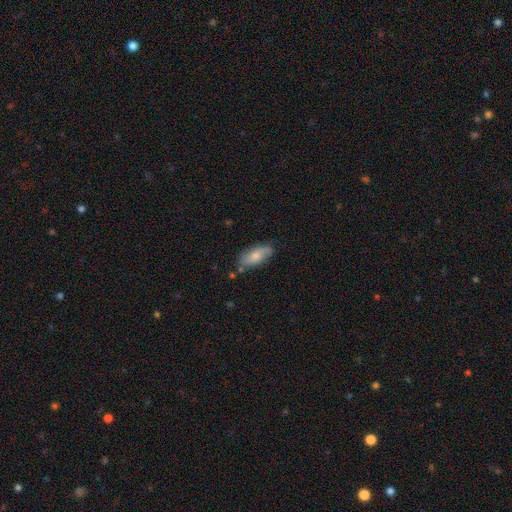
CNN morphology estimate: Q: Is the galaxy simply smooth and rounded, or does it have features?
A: smooth — 63%.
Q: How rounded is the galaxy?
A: in between — 82%.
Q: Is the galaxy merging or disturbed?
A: none — 72%.